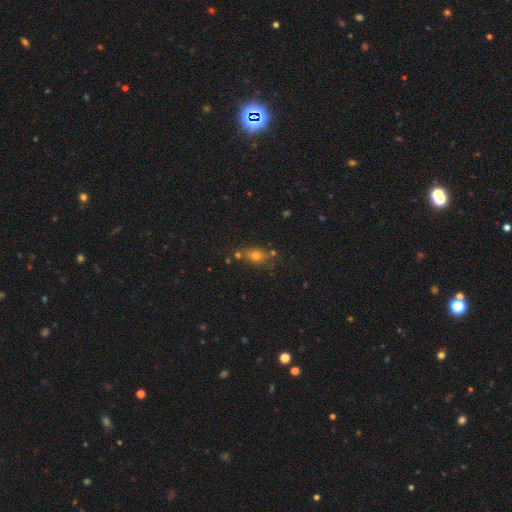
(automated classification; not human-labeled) Smooth or featured? smooth (65%)
How rounded? in between (56%)
Merging? none (67%)